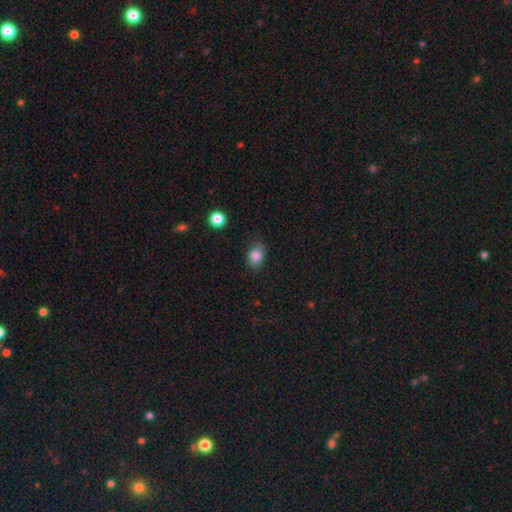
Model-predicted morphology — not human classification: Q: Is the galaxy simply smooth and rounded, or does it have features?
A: smooth — 83%.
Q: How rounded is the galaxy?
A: in between — 62%.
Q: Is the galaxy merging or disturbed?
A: none — 71%.